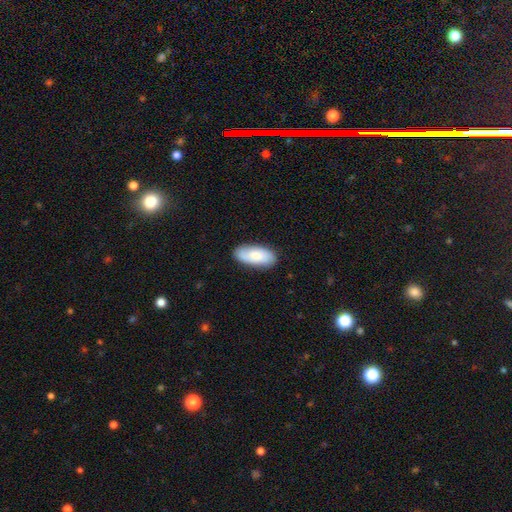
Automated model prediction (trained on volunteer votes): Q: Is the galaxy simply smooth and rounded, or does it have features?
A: smooth — 75%.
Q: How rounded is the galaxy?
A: in between — 90%.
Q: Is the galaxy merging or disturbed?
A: none — 84%.